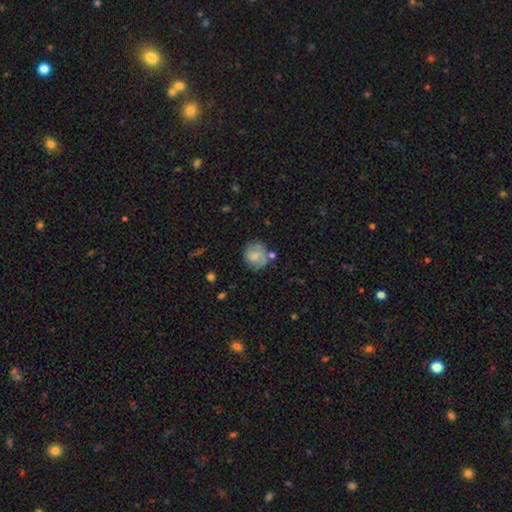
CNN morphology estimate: type=smooth (46%); merging=none (63%).